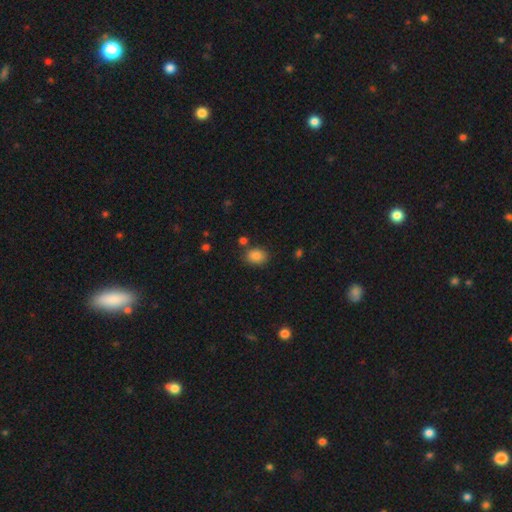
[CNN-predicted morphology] This appears to be a smooth galaxy with no disk features (86%) that is in between round and cigar-shaped (62%). Merging: none (79%).